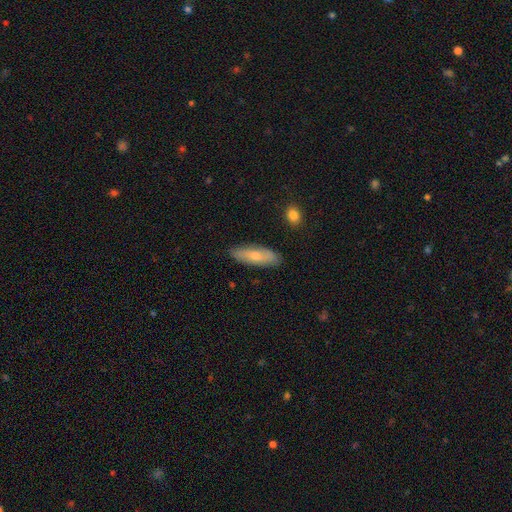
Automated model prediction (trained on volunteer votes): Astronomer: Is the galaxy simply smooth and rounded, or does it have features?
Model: smooth — 65%.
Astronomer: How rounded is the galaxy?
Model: in between — 49% (runner-up: cigar-shaped, 48%).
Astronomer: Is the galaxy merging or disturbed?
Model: none — 85%.